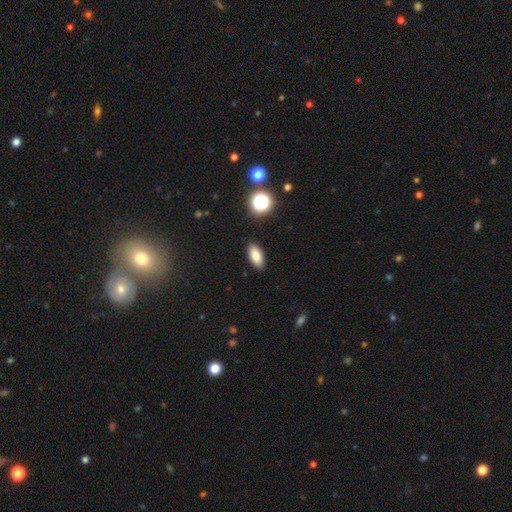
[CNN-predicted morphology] Smooth or featured?
  - smooth: 84% *
  - star or artifact: 10%
  - featured or disk: 6%
How rounded?
  - in between: 88% *
  - cigar-shaped: 8%
  - round: 4%
Merging?
  - none: 89% *
  - minor disturbance: 8%
  - major disturbance: 2%
  - merger: 1%